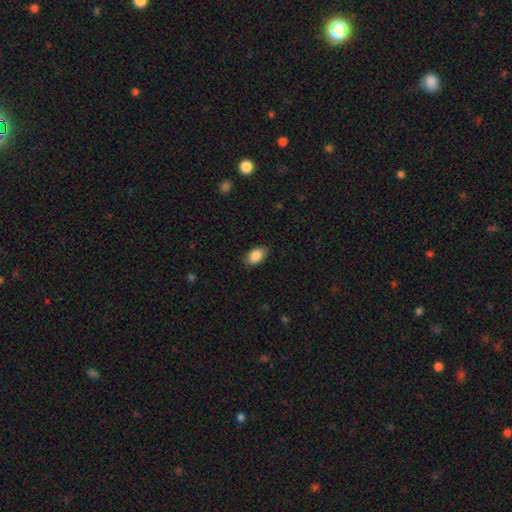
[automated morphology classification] smooth_or_featured: smooth (p=0.89) [alt: star or artifact p=0.07]
how_rounded: in between (p=0.91) [alt: round p=0.08]
merging: none (p=0.85) [alt: minor disturbance p=0.11]